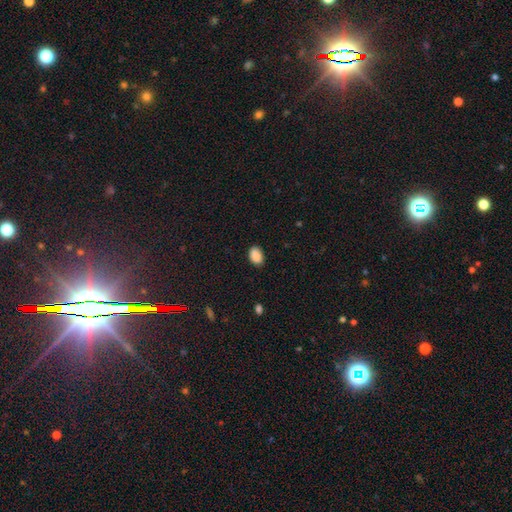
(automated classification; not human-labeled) Q: Smooth or featured?
A: smooth (89%); runner-up: star or artifact (8%)
Q: How rounded?
A: in between (85%); runner-up: round (14%)
Q: Merging?
A: none (87%); runner-up: minor disturbance (10%)